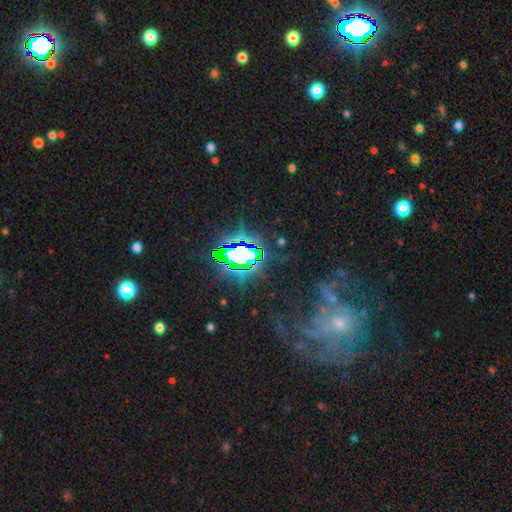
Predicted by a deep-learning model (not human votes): The model was most divided on "smooth or featured": star or artifact: 49%, featured or disk: 38%, smooth: 14%.